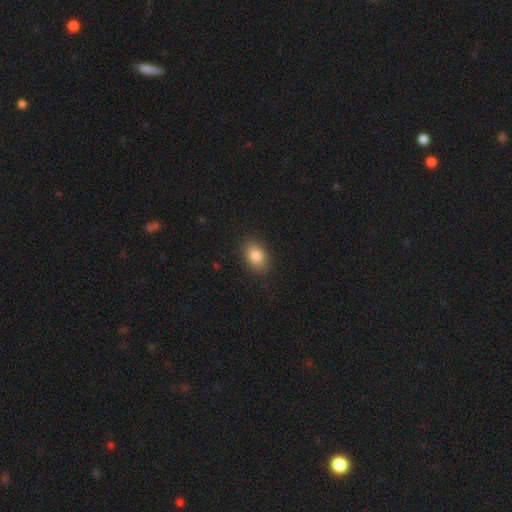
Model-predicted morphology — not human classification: smooth 85%, star or artifact 8%, featured or disk 6%. Down the decision tree: how rounded — in between (82%); merging — none (86%).